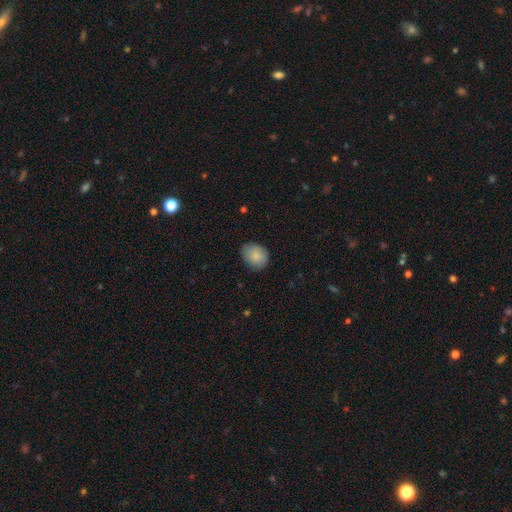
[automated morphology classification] Overall: smooth (86%). How rounded: in between (51%; round 48%). Merging: none (81%).